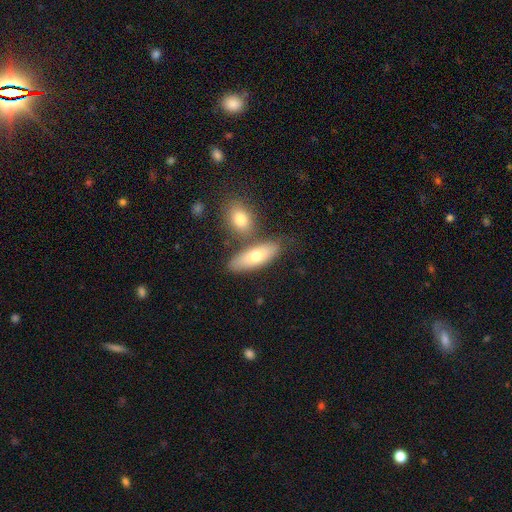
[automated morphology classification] A smooth galaxy with no disk features (67%) that is in between round and cigar-shaped (69%). Merging: none (63%).